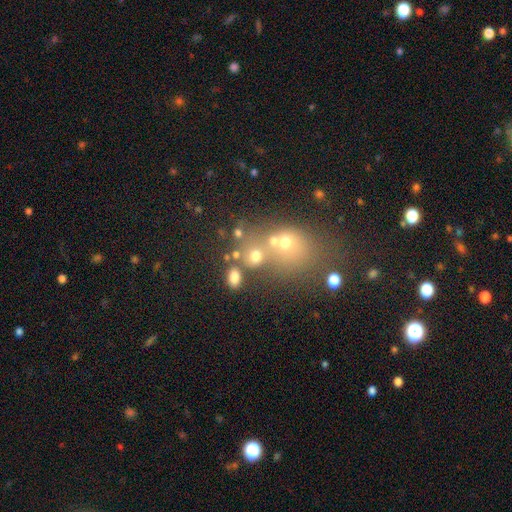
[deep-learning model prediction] Q: Smooth or featured?
A: smooth (64%); runner-up: star or artifact (20%)
Q: How rounded?
A: round (62%); runner-up: in between (37%)
Q: Merging?
A: none (46%); runner-up: merger (38%)